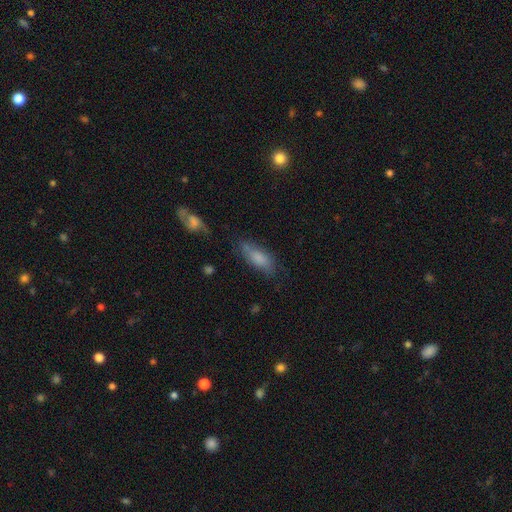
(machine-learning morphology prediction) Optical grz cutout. It shows a smooth galaxy with no disk features (71%) that is in between round and cigar-shaped (67%). Merging: none (60%).